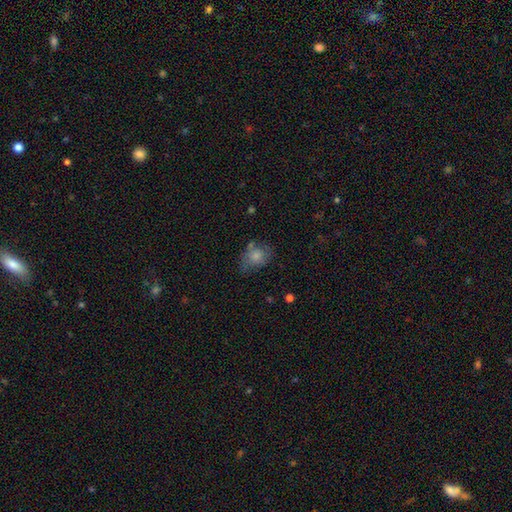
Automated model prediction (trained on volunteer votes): A smooth galaxy with no disk features (74%) that is in between round and cigar-shaped (53%). Merging: none (47%).